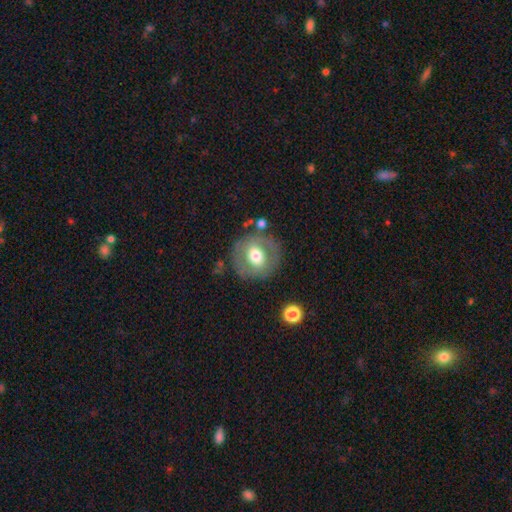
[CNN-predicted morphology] Q: Smooth or featured?
A: smooth (51%); runner-up: featured or disk (42%)
Q: How rounded?
A: round (86%); runner-up: in between (13%)
Q: Merging?
A: none (78%); runner-up: minor disturbance (12%)